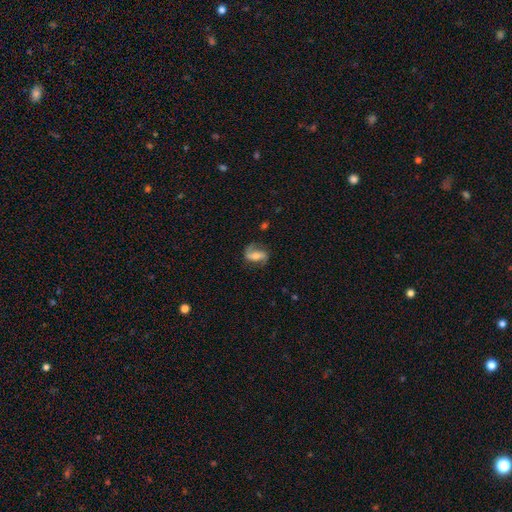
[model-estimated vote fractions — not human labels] Q: Smooth or featured?
A: featured or disk (75%); runner-up: smooth (18%)
Q: Edge-on disk?
A: no (96%); runner-up: yes (4%)
Q: Bar?
A: weak (35%); runner-up: no (33%)
Q: Spiral arms?
A: yes (92%); runner-up: no (8%)
Q: Spiral winding?
A: loose (50%); runner-up: medium (36%)
Q: Spiral arm count?
A: 2 (88%); runner-up: 1 (5%)
Q: Bulge size?
A: moderate (56%); runner-up: small (32%)
Q: Merging?
A: none (74%); runner-up: minor disturbance (16%)